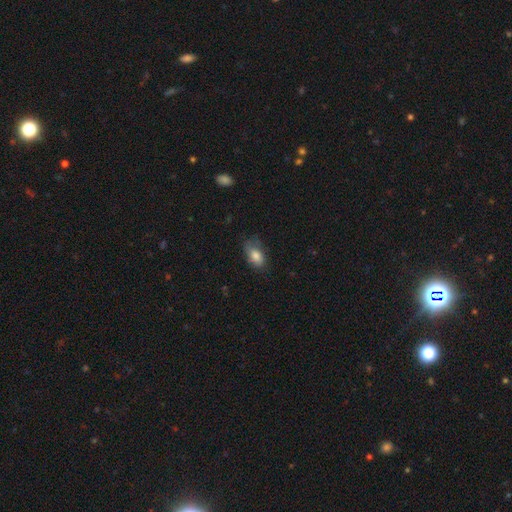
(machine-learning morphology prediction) The model was most divided on "merging": none: 61%, minor disturbance: 28%, major disturbance: 9%, merger: 1%. More confident: how rounded — in between (90%); smooth or featured — smooth (80%).